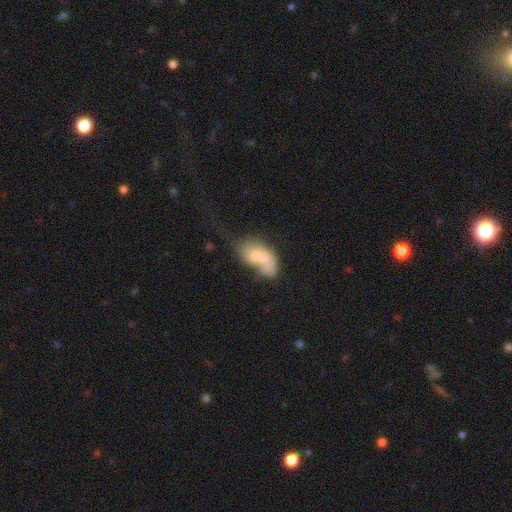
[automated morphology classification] Smooth or featured? Predicted: smooth (p=0.56). How rounded? Predicted: in between (p=0.80). Merging? Predicted: merger (p=0.66).